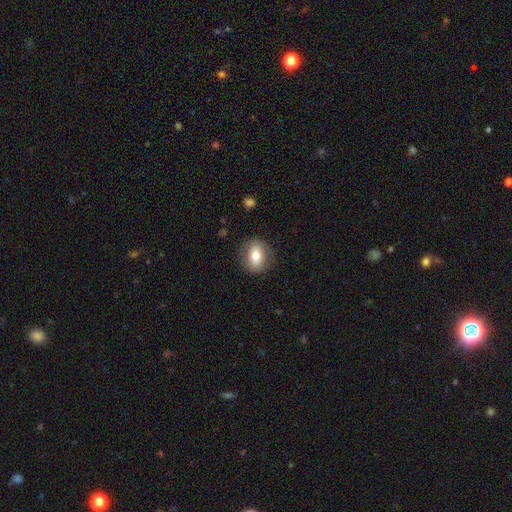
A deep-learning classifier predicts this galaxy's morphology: This appears to be a smooth galaxy with no disk features (70%) that is in between round and cigar-shaped (52%). Merging: none (85%).